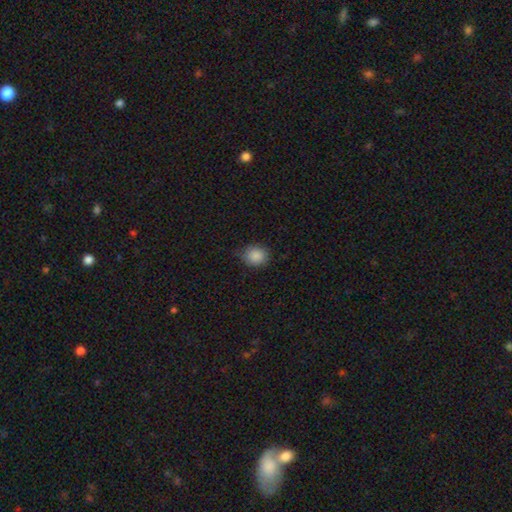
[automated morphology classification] smooth 87%, star or artifact 9%, featured or disk 4%. Down the decision tree: how rounded — round (73%); merging — none (76%).